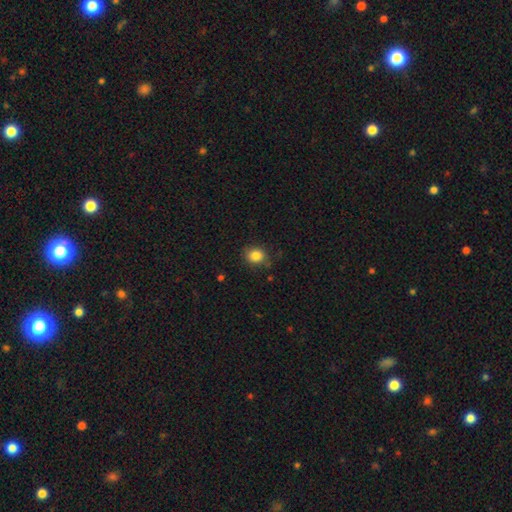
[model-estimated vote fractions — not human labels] A smooth galaxy with no disk features (84%) that is round (62%).

Vote fractions:
- Smooth or featured? smooth: 84% / star or artifact: 10% / featured or disk: 6%
- How rounded? round: 62% / in between: 37% / cigar-shaped: 1%
- Merging? none: 80% / minor disturbance: 14% / major disturbance: 3% / merger: 2%